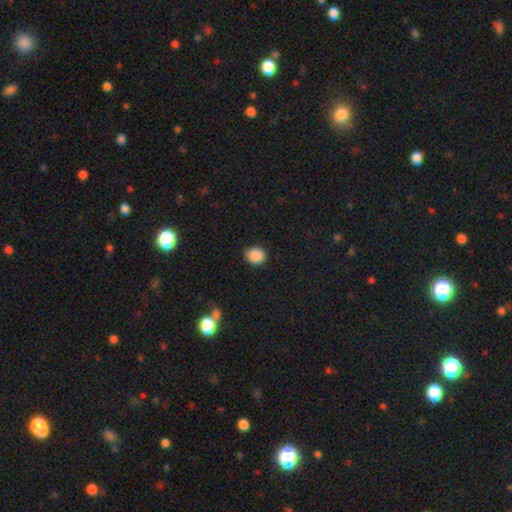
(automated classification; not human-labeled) smooth_or_featured: smooth (p=0.88) [alt: star or artifact p=0.09]
how_rounded: round (p=0.73) [alt: in between p=0.26]
merging: none (p=0.82) [alt: minor disturbance p=0.14]